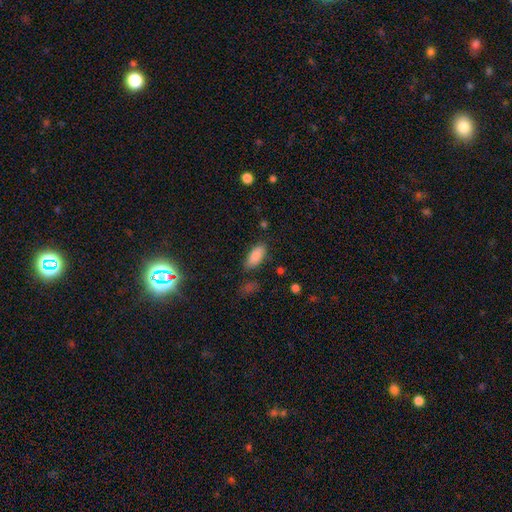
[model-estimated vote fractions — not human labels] Q: Smooth or featured?
A: smooth (85%); runner-up: star or artifact (8%)
Q: How rounded?
A: in between (89%); runner-up: cigar-shaped (9%)
Q: Merging?
A: none (76%); runner-up: minor disturbance (16%)